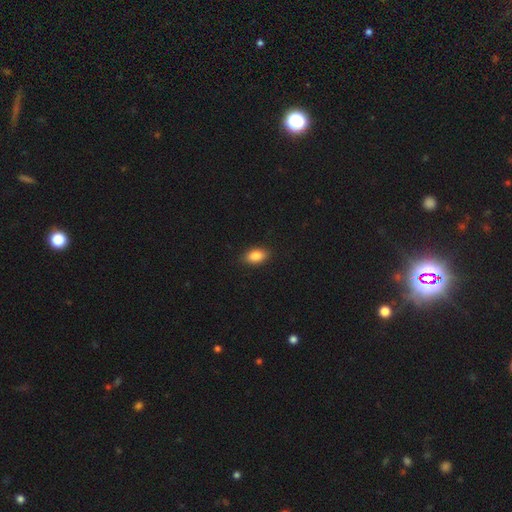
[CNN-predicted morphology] Overall: smooth (86%). How rounded: in between (89%). Merging: none (88%).